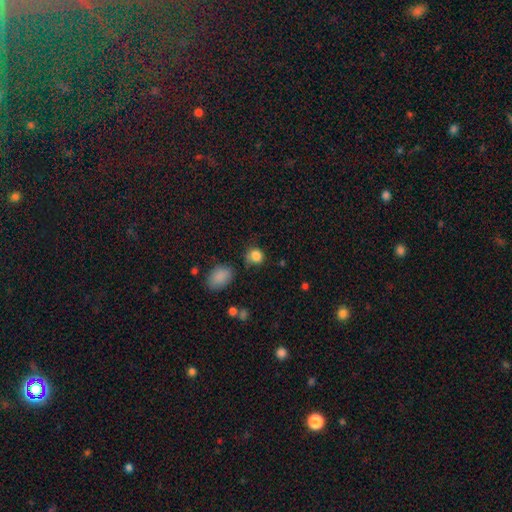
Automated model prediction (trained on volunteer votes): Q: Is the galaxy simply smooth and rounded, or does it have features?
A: smooth — 85%.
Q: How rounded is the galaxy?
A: round — 76%.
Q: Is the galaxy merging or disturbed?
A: none — 64%.